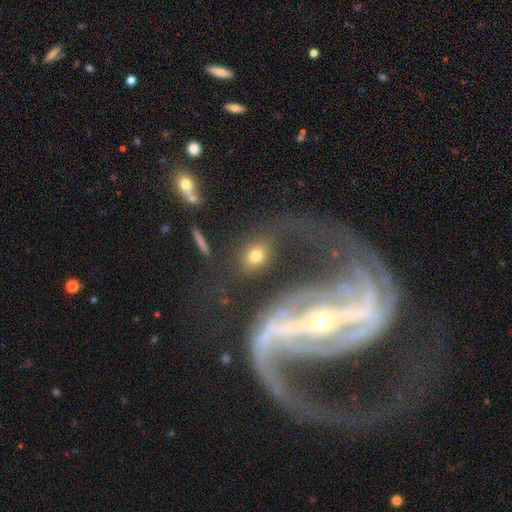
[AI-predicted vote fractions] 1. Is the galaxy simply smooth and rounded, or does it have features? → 71% smooth, 15% featured or disk, 14% star or artifact.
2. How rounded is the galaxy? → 51% in between, 44% round, 5% cigar-shaped.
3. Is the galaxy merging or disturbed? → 75% none, 12% minor disturbance, 7% major disturbance, 6% merger.